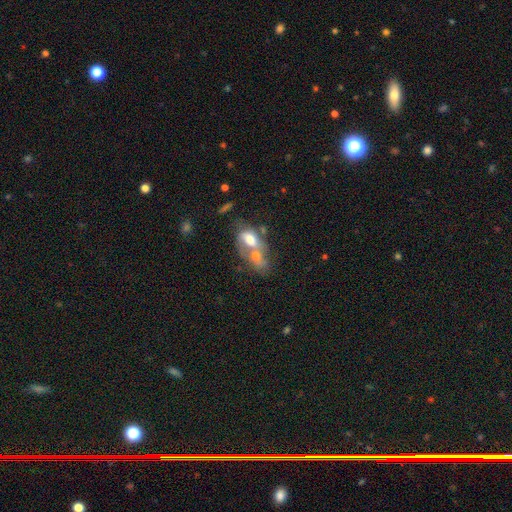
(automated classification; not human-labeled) A smooth galaxy with no disk features (57%) that is in between round and cigar-shaped (80%). Merging: merger (72%).